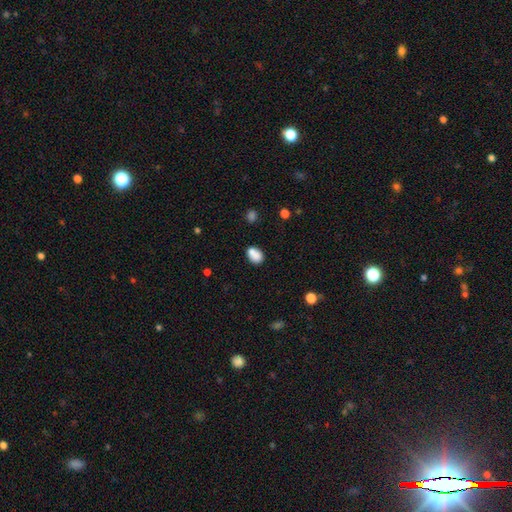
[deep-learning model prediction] smooth_or_featured: smooth (p=0.83) [alt: star or artifact p=0.09]
how_rounded: in between (p=0.73) [alt: round p=0.25]
merging: none (p=0.56) [alt: merger p=0.22]